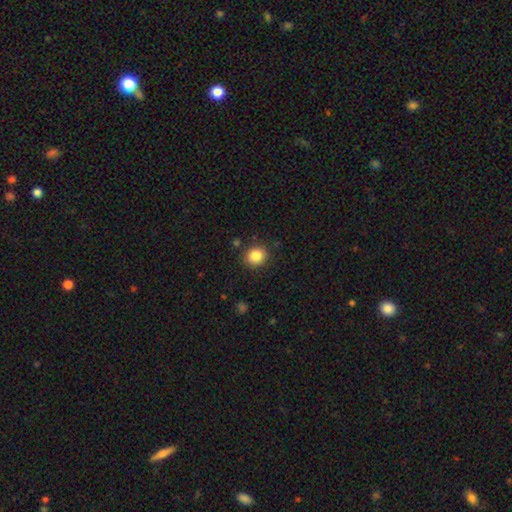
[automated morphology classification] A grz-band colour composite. It shows a smooth galaxy with no disk features (85%) that is round (76%). Merging: none (88%).